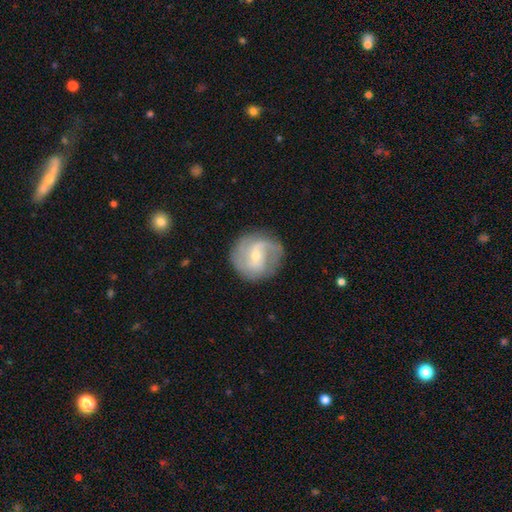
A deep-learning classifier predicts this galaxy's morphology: A featured or disk galaxy (80%) with a weak bar (50%), 2 (66%) medium (47%) spiral arms (94%) and a small central bulge (61%).

Vote fractions:
- Smooth or featured? featured or disk: 80% / smooth: 15% / star or artifact: 6%
- Edge-on disk? no: 98% / yes: 2%
- Bar? weak: 50% / no: 34% / strong: 15%
- Spiral arms? yes: 94% / no: 6%
- Spiral winding? medium: 47% / loose: 29% / tight: 24%
- Spiral arm count? 2: 66% / can't tell: 12% / 3: 10% / 1: 7% / 4: 3% / more than 4: 2%
- Bulge size? small: 61% / moderate: 35% / large: 1% / none: 1% / dominant: 1%
- Merging? none: 77% / minor disturbance: 15% / major disturbance: 7% / merger: 1%